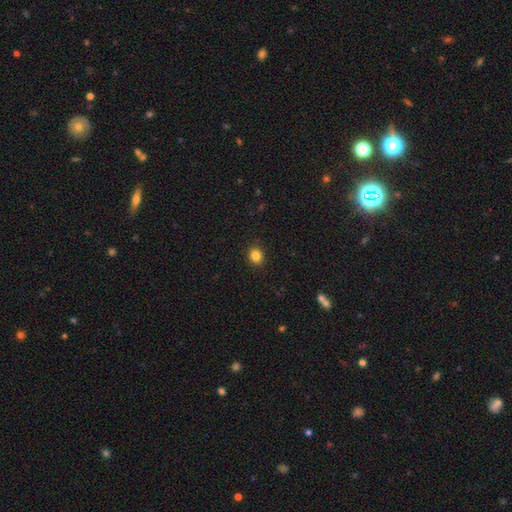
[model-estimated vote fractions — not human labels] A smooth galaxy with no disk features (84%) that is round (70%).

Vote fractions:
- Smooth or featured? smooth: 84% / star or artifact: 11% / featured or disk: 5%
- How rounded? round: 70% / in between: 29% / cigar-shaped: 1%
- Merging? none: 91% / minor disturbance: 6% / major disturbance: 2% / merger: 1%